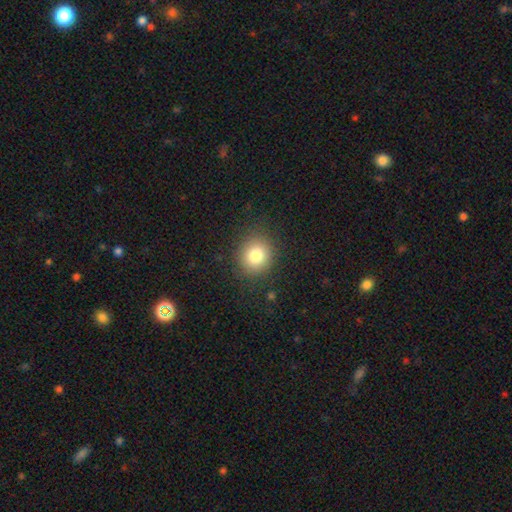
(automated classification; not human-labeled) This is clearly a smooth galaxy (80%). How rounded: clearly round (81%). Merging: clearly none (87%).